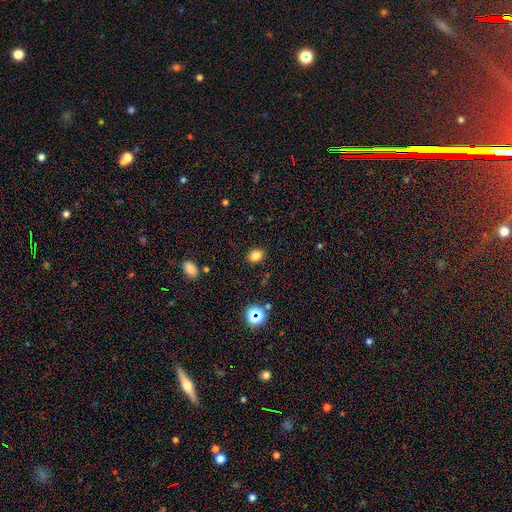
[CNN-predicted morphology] A smooth galaxy with no disk features (81%) that is in between round and cigar-shaped (51%).

Vote fractions:
- Smooth or featured? smooth: 81% / star or artifact: 13% / featured or disk: 6%
- How rounded? in between: 51% / round: 48% / cigar-shaped: 1%
- Merging? none: 89% / minor disturbance: 8% / major disturbance: 2% / merger: 1%